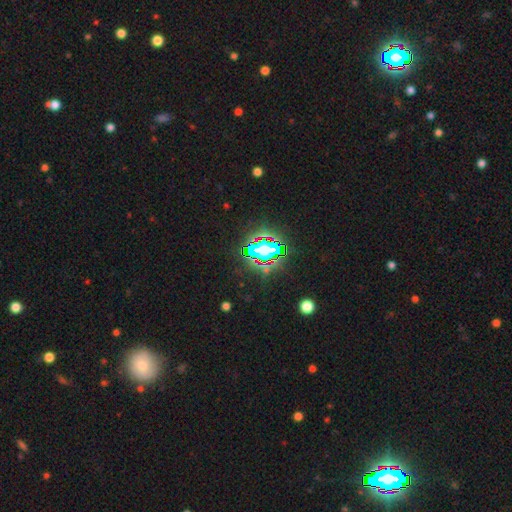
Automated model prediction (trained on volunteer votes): smooth-or-featured: star or artifact: 80% | smooth: 12% | featured or disk: 8%